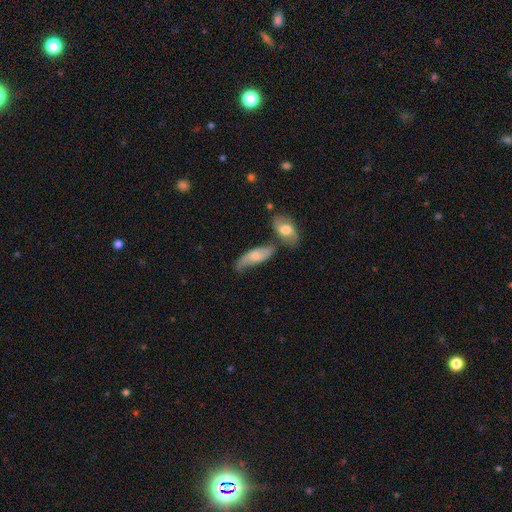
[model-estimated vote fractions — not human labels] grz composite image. It shows a smooth galaxy with no disk features (61%) that is in between round and cigar-shaped (69%). Merging: none (43%).